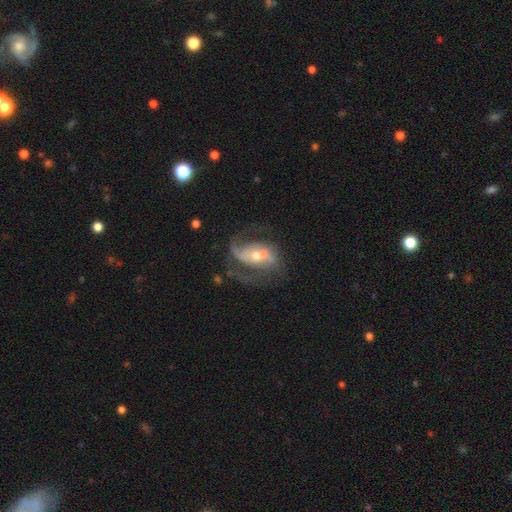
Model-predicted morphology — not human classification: Smooth or featured: featured or disk — 83% (smooth — 10%)
Edge-on disk: no — 96% (yes — 4%)
Bar: no — 43% (weak — 35%)
Spiral arms: yes — 91% (no — 9%)
Spiral winding: medium — 45% (loose — 38%)
Spiral arm count: 2 — 72% (1 — 11%)
Bulge size: moderate — 49% (small — 44%)
Merging: none — 45% (major disturbance — 22%)